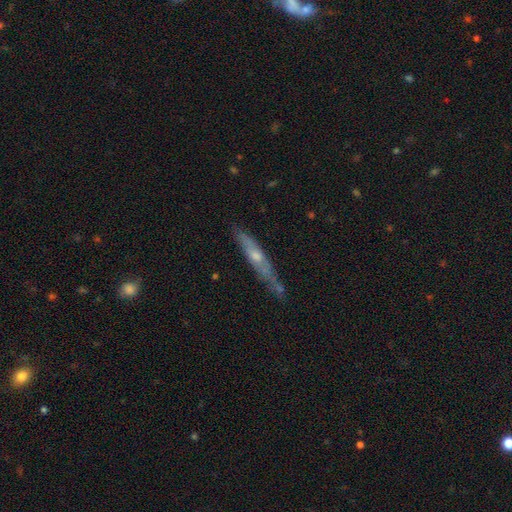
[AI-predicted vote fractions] The model was most divided on "smooth or featured": featured or disk: 60%, smooth: 33%, star or artifact: 7%. More confident: edge-on disk — yes (83%); edge-on bulge — rounded (66%); merging — none (66%).